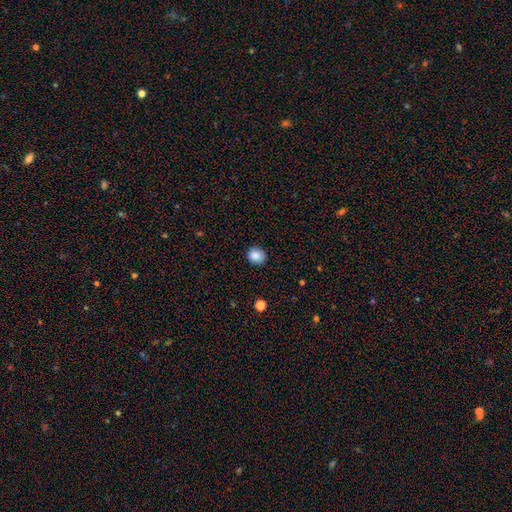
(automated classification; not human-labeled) A smooth galaxy with no disk features (87%) that is round (71%).

Vote fractions:
- Smooth or featured? smooth: 87% / star or artifact: 9% / featured or disk: 4%
- How rounded? round: 71% / in between: 28% / cigar-shaped: 1%
- Merging? none: 88% / minor disturbance: 9% / major disturbance: 2% / merger: 1%